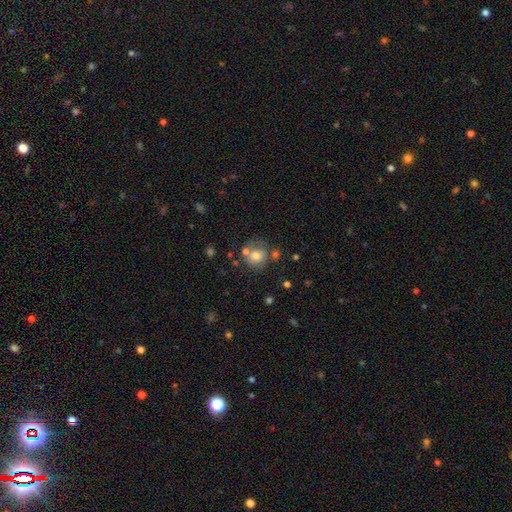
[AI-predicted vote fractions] The model was most divided on "merging": none: 54%, minor disturbance: 19%, merger: 16%, major disturbance: 11%. More confident: how rounded — round (80%); smooth or featured — smooth (64%).